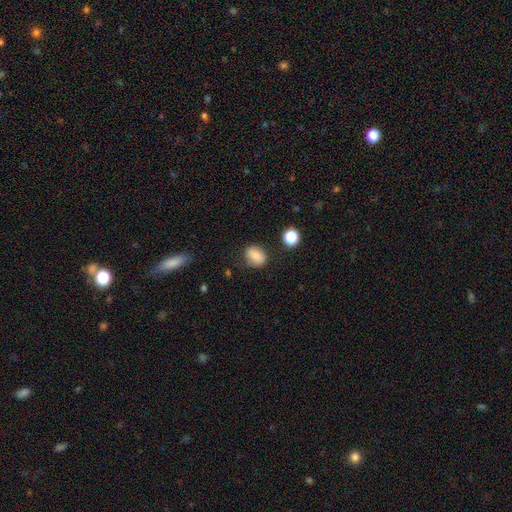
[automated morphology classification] Smooth or featured?
  - smooth: 78% *
  - featured or disk: 12%
  - star or artifact: 10%
How rounded?
  - in between: 63% *
  - round: 35%
  - cigar-shaped: 1%
Merging?
  - none: 72% *
  - minor disturbance: 19%
  - major disturbance: 6%
  - merger: 3%